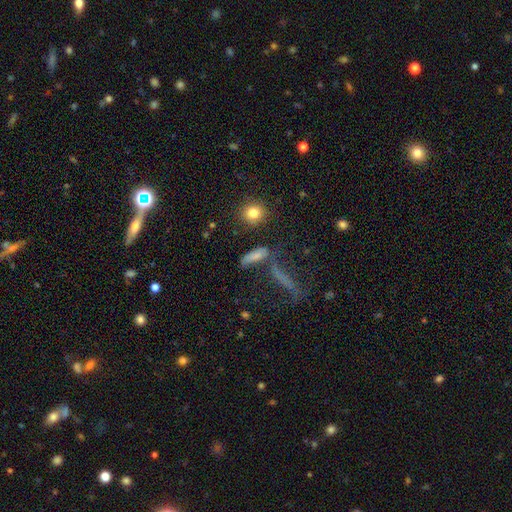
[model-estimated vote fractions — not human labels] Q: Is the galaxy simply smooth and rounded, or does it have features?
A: smooth — 69%.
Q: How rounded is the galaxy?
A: cigar-shaped — 47%.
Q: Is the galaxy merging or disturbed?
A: none — 49%.